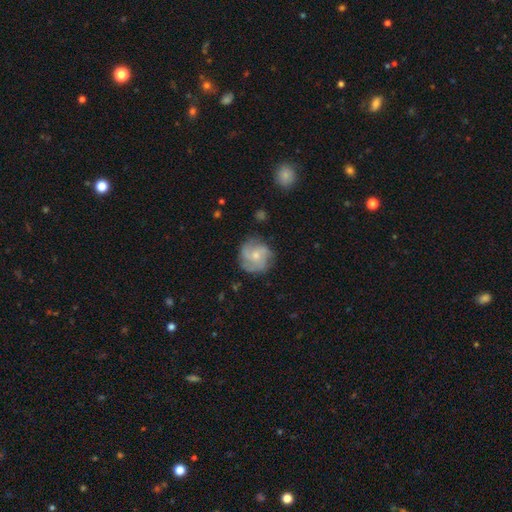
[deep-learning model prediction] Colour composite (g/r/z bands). It shows a featured or disk galaxy (67%) with no bar (72%), 3 (40%) medium (44%) spiral arms (90%) and a small central bulge (49%). Merging: none (74%).